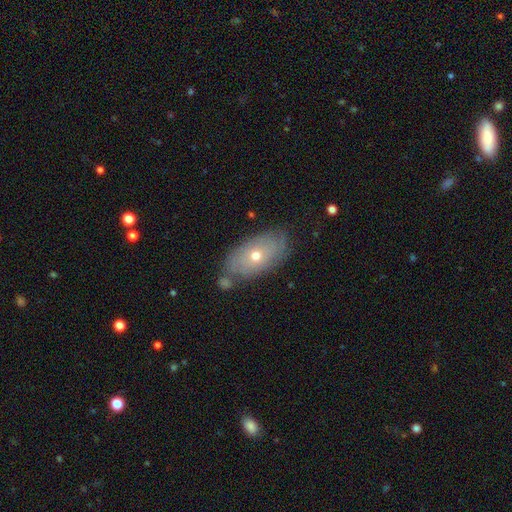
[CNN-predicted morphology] smooth 46%, featured or disk 44%, star or artifact 9%. Down the decision tree: merging — none (71%).